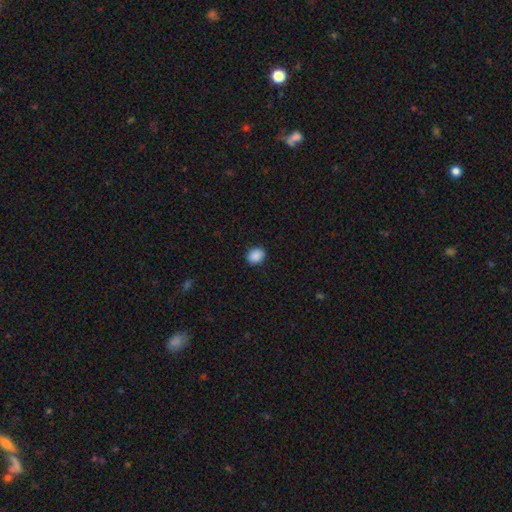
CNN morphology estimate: Smooth or featured?
  - smooth: 90% *
  - star or artifact: 8%
  - featured or disk: 2%
How rounded?
  - round: 50% *
  - in between: 49%
  - cigar-shaped: 1%
Merging?
  - none: 90% *
  - minor disturbance: 7%
  - major disturbance: 2%
  - merger: 1%